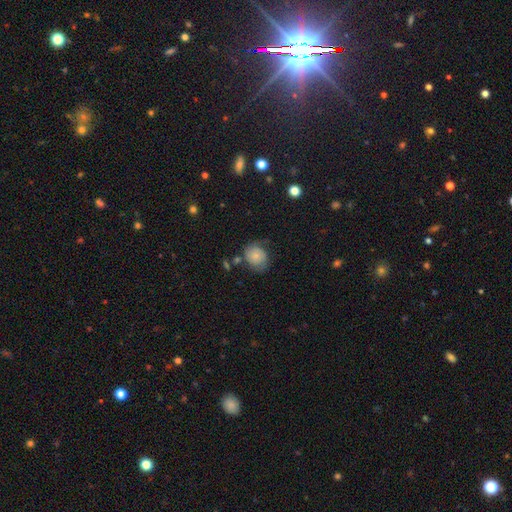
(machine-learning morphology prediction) smooth-or-featured: smooth: 64% | featured or disk: 28% | star or artifact: 9%
  how-rounded: round: 66% | in between: 33% | cigar-shaped: 1%
  merging: none: 54% | minor disturbance: 29% | major disturbance: 12% | merger: 4%